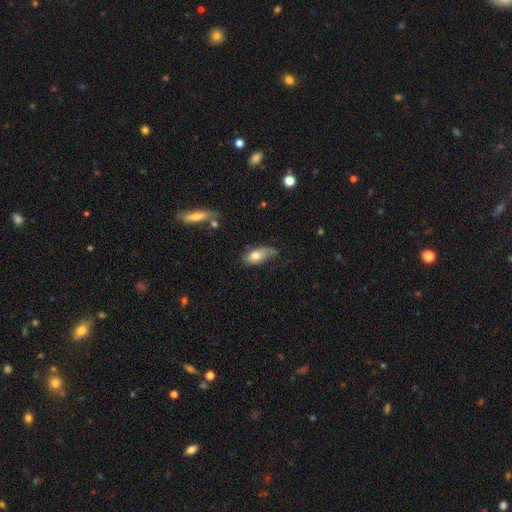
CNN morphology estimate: smooth-or-featured: smooth: 67% | featured or disk: 26% | star or artifact: 7%
  how-rounded: in between: 89% | cigar-shaped: 6% | round: 4%
  merging: none: 43% | minor disturbance: 37% | major disturbance: 17% | merger: 3%